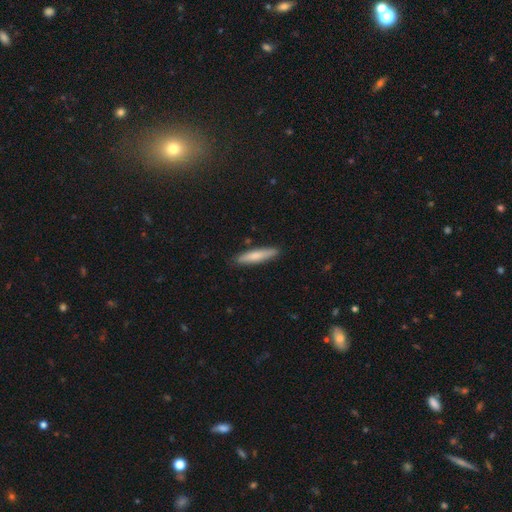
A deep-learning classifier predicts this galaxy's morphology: Overall: smooth (77%). How rounded: cigar-shaped (87%). Merging: none (88%).